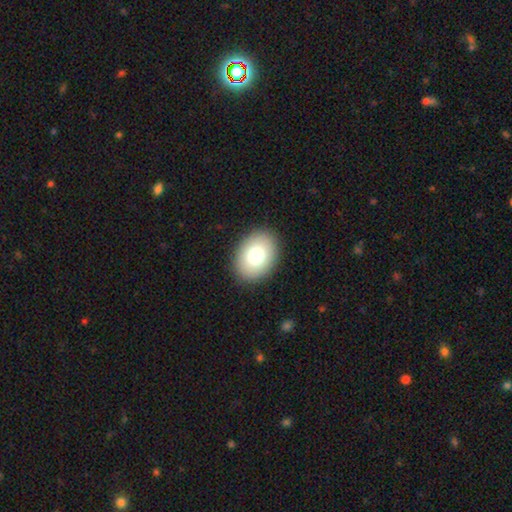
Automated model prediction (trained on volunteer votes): Smooth or featured?
  - smooth: 79% *
  - featured or disk: 13%
  - star or artifact: 9%
How rounded?
  - in between: 72% *
  - round: 27%
  - cigar-shaped: 1%
Merging?
  - none: 90% *
  - minor disturbance: 7%
  - major disturbance: 2%
  - merger: 1%